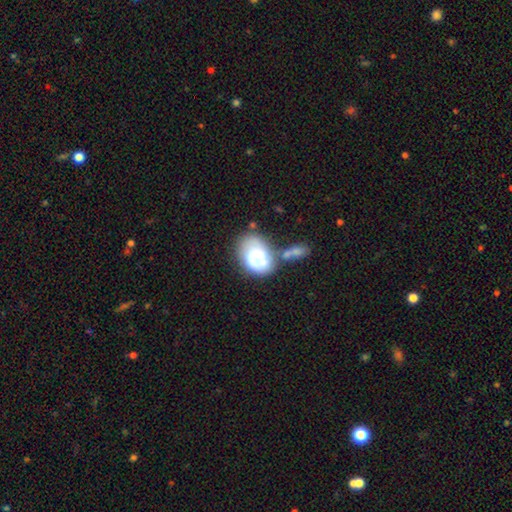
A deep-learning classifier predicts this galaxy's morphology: This appears to be a smooth galaxy with no disk features (52%) that is in between round and cigar-shaped (70%). Merging: merger (34%).